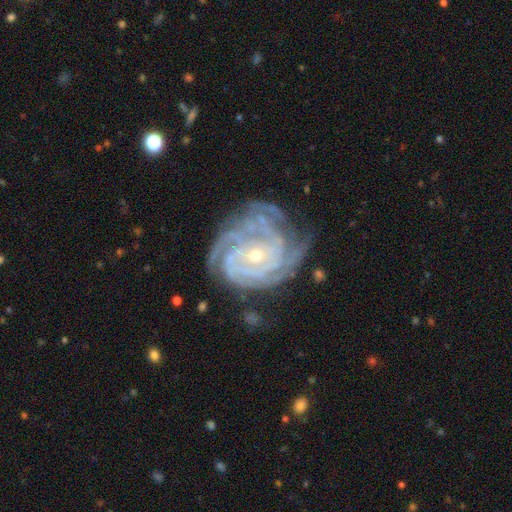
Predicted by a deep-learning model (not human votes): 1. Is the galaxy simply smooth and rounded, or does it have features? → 90% featured or disk, 6% star or artifact, 4% smooth.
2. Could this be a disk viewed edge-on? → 97% no, 3% yes.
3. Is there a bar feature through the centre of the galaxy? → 65% no, 25% weak, 10% strong.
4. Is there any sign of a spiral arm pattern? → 98% yes, 2% no.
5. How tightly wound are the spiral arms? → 78% tight, 19% medium, 3% loose.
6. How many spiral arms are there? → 31% 4, 20% can't tell, 19% 3, 15% more than 4, 9% 2, 6% 1.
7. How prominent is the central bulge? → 69% small, 28% moderate, 1% large, 1% none, 1% dominant.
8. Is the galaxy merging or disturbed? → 62% none, 23% minor disturbance, 12% major disturbance, 3% merger.